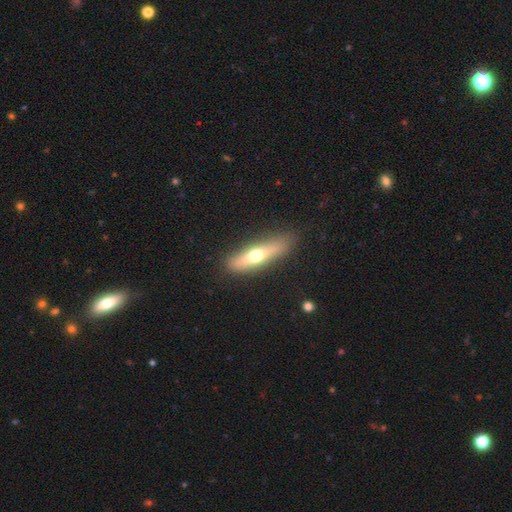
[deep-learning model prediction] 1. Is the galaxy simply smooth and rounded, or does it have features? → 50% smooth, 43% featured or disk, 7% star or artifact.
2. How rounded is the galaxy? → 70% cigar-shaped, 27% in between, 3% round.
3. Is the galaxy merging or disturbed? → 85% none, 10% minor disturbance, 3% major disturbance, 1% merger.